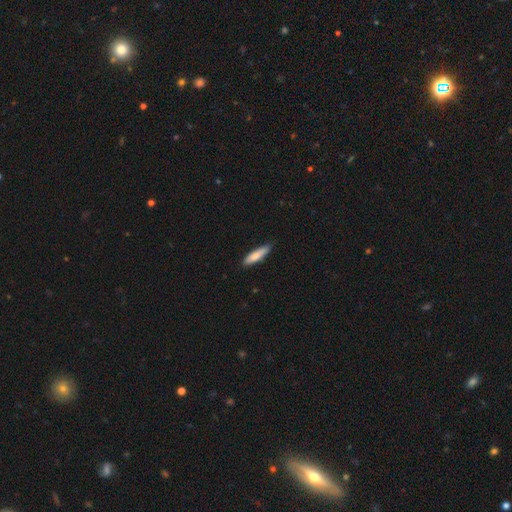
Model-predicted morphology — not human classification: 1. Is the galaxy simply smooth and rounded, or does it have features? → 78% smooth, 16% featured or disk, 5% star or artifact.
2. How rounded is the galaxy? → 74% cigar-shaped, 24% in between, 2% round.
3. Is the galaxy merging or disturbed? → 84% none, 14% minor disturbance, 2% major disturbance, 1% merger.